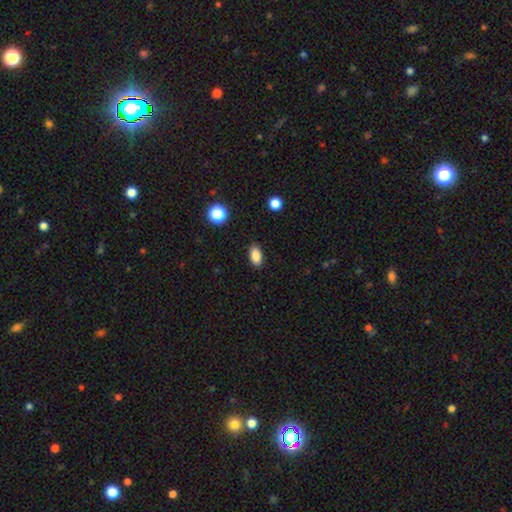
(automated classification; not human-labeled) Q: Smooth or featured?
A: smooth (86%); runner-up: star or artifact (9%)
Q: How rounded?
A: in between (90%); runner-up: round (7%)
Q: Merging?
A: none (89%); runner-up: minor disturbance (8%)